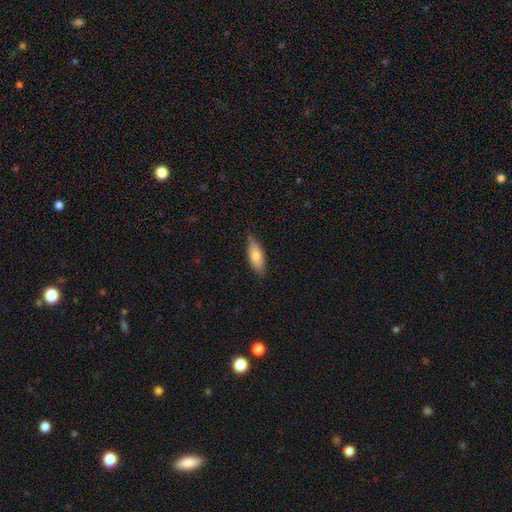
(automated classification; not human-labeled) Smooth or featured? smooth (77%)
How rounded? in between (70%)
Merging? none (79%)